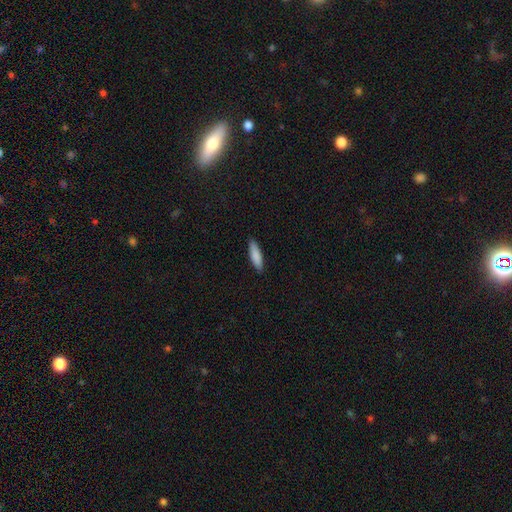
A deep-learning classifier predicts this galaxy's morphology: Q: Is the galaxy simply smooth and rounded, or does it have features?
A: smooth — 86%.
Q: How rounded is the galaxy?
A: cigar-shaped — 63%.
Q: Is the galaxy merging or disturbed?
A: none — 89%.